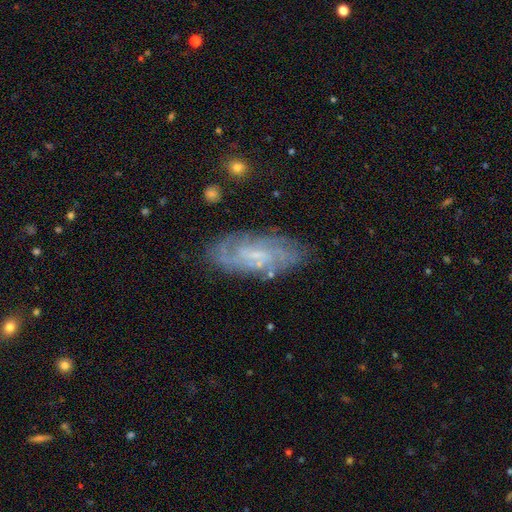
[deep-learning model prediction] Q: Smooth or featured?
A: featured or disk (79%); runner-up: smooth (13%)
Q: Edge-on disk?
A: no (93%); runner-up: yes (7%)
Q: Bar?
A: weak (47%); runner-up: no (39%)
Q: Spiral arms?
A: yes (94%); runner-up: no (6%)
Q: Spiral winding?
A: tight (59%); runner-up: medium (32%)
Q: Spiral arm count?
A: can't tell (38%); runner-up: 2 (23%)
Q: Bulge size?
A: small (60%); runner-up: none (21%)
Q: Merging?
A: none (78%); runner-up: minor disturbance (16%)